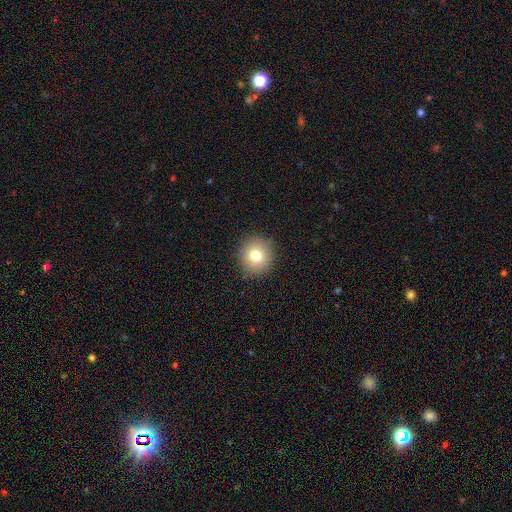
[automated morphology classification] A smooth galaxy with no disk features (77%) that is round (92%).

Vote fractions:
- Smooth or featured? smooth: 77% / featured or disk: 11% / star or artifact: 11%
- How rounded? round: 92% / in between: 7% / cigar-shaped: 1%
- Merging? none: 90% / minor disturbance: 7% / major disturbance: 2% / merger: 1%